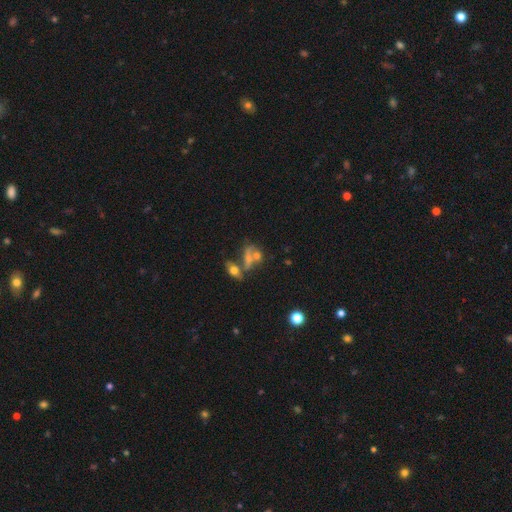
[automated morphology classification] Smooth or featured? smooth (44%)
Merging? merger (46%)